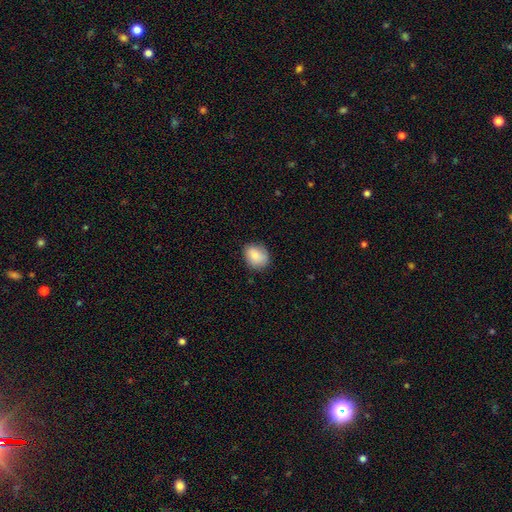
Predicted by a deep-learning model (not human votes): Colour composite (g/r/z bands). It shows a smooth galaxy with no disk features (84%) that is in between round and cigar-shaped (51%). Merging: none (78%).